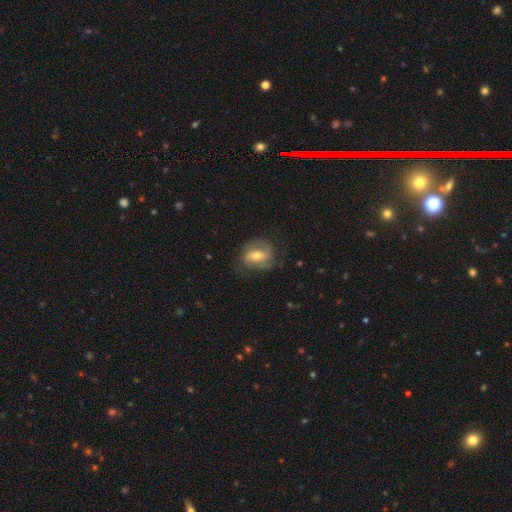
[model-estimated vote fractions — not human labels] featured or disk 59%, smooth 33%, star or artifact 8%. Down the decision tree: edge-on disk — no (93%); bar — weak (42%); spiral arms — yes (77%); bulge size — moderate (59%); merging — none (69%).